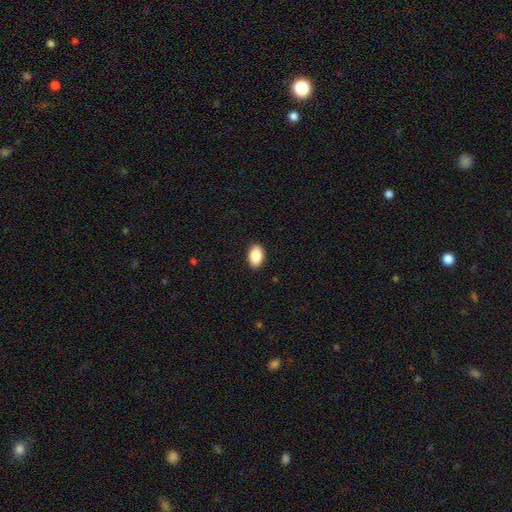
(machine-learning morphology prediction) Overall: smooth (86%). How rounded: in between (89%). Merging: none (91%).